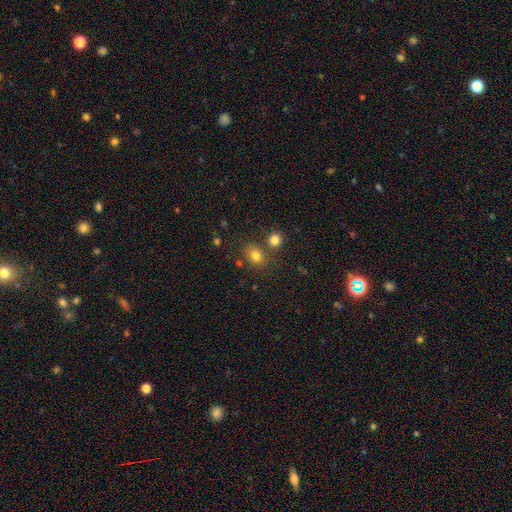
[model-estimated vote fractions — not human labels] Smooth or featured?
  - smooth: 79% *
  - star or artifact: 13%
  - featured or disk: 8%
How rounded?
  - in between: 59% *
  - round: 40%
  - cigar-shaped: 1%
Merging?
  - none: 68% *
  - merger: 17%
  - minor disturbance: 12%
  - major disturbance: 4%